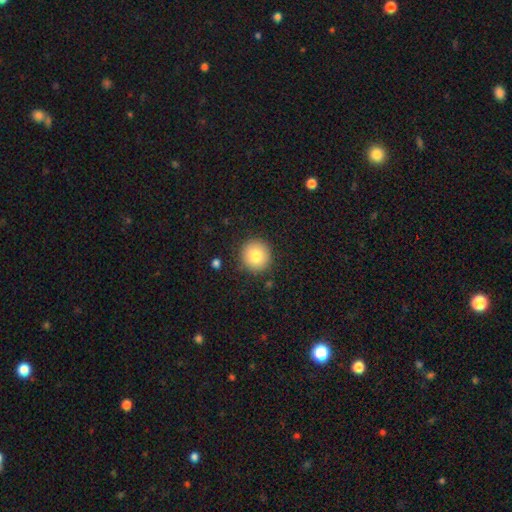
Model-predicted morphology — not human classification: type=smooth (80%); roundness=round (94%); merging=none (88%).